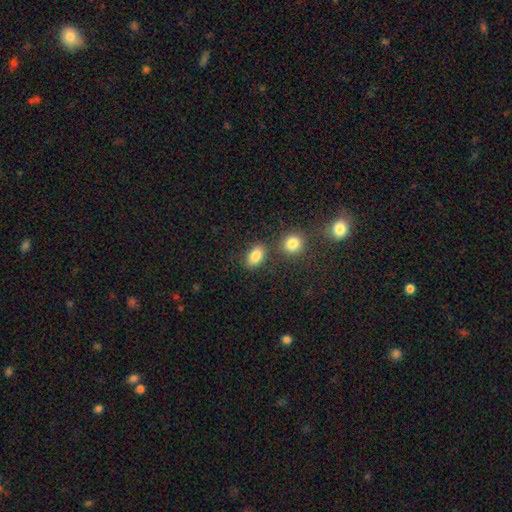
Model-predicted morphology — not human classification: Smooth or featured? Predicted: smooth (p=0.84). How rounded? Predicted: in between (p=0.83). Merging? Predicted: none (p=0.73).